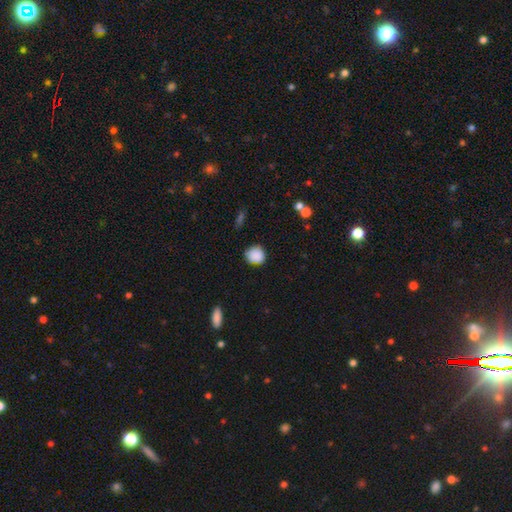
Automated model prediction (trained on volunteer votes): smooth_or_featured: smooth (p=0.88) [alt: star or artifact p=0.08]
how_rounded: round (p=0.83) [alt: in between p=0.16]
merging: none (p=0.78) [alt: minor disturbance p=0.16]